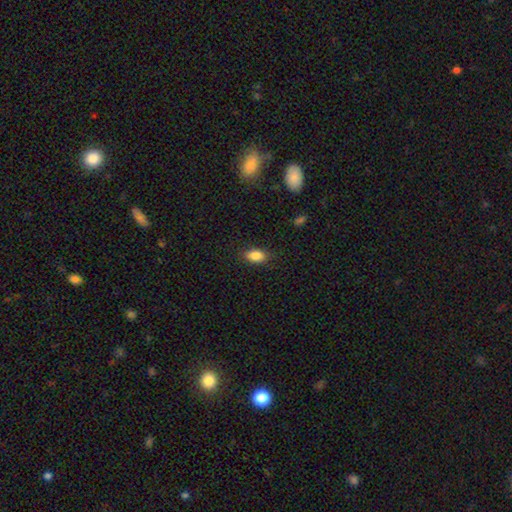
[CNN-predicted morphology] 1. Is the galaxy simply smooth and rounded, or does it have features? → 85% smooth, 9% star or artifact, 6% featured or disk.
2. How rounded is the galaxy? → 87% in between, 9% round, 4% cigar-shaped.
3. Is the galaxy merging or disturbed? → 84% none, 12% minor disturbance, 3% major disturbance, 1% merger.